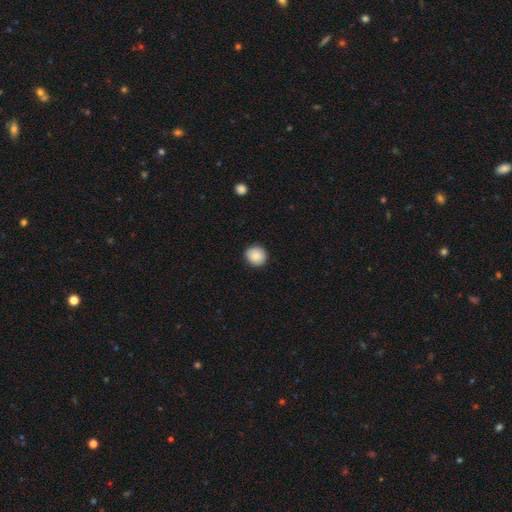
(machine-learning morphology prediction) Smooth or featured? smooth (87%)
How rounded? round (88%)
Merging? none (91%)